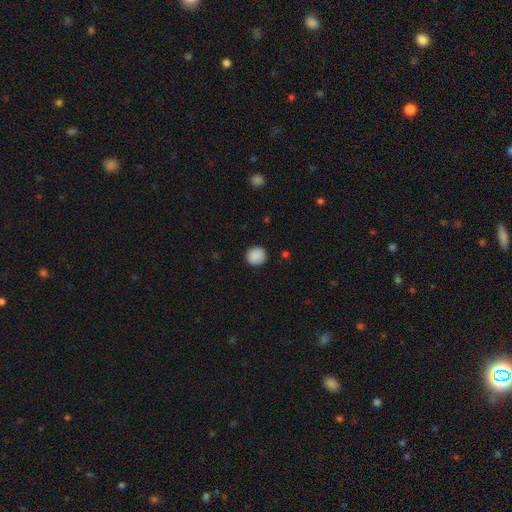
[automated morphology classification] The model was most divided on "smooth or featured": smooth: 89%, star or artifact: 8%, featured or disk: 3%. More confident: how rounded — round (91%); merging — none (90%).